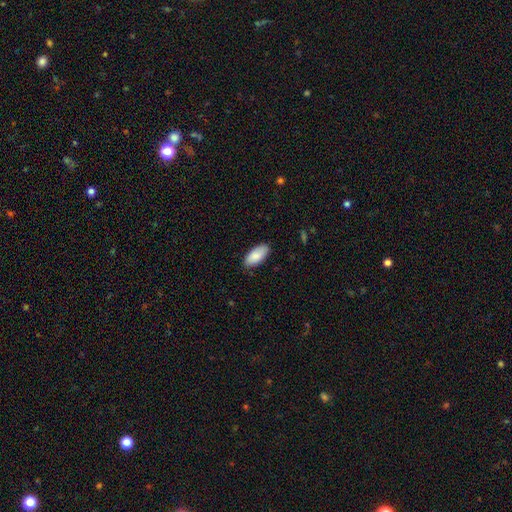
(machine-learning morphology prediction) This is clearly a smooth galaxy (87%). How rounded: clearly in between (92%). Merging: clearly none (84%).